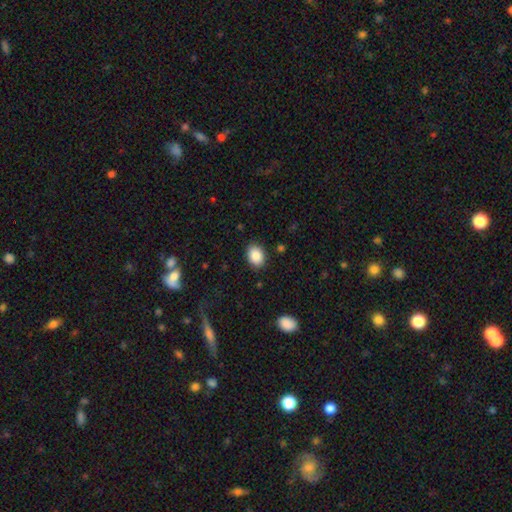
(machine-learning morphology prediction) This appears to be a smooth galaxy with no disk features (88%) that is in between round and cigar-shaped (72%). Merging: none (88%).